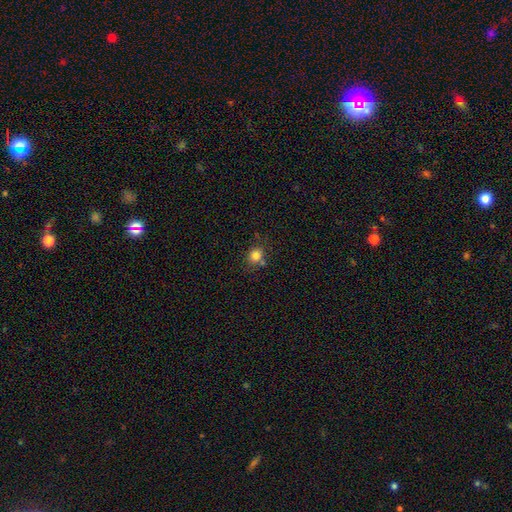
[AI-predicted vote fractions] Q: Smooth or featured?
A: smooth (81%); runner-up: star or artifact (12%)
Q: How rounded?
A: round (77%); runner-up: in between (22%)
Q: Merging?
A: none (67%); runner-up: minor disturbance (15%)